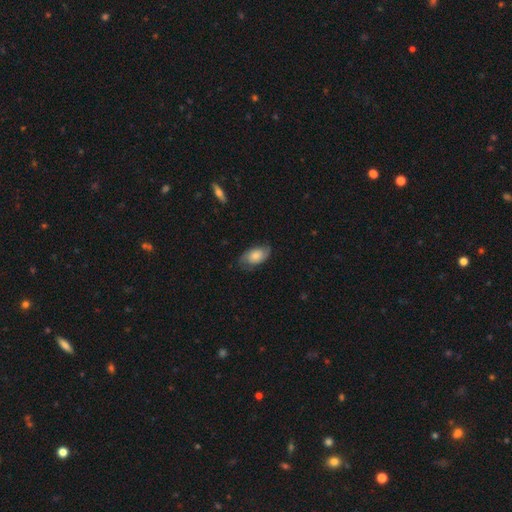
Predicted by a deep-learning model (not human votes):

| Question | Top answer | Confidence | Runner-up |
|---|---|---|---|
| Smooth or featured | featured or disk | 47% | smooth (46%) |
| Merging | none | 71% | minor disturbance (21%) |